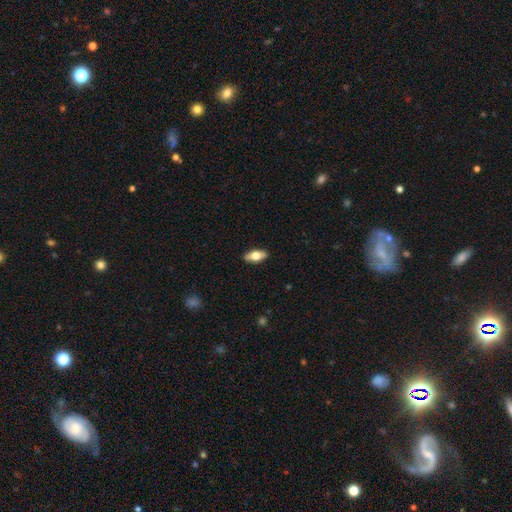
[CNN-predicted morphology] Smooth or featured?
  - smooth: 66% *
  - featured or disk: 27%
  - star or artifact: 6%
How rounded?
  - in between: 85% *
  - cigar-shaped: 11%
  - round: 4%
Merging?
  - none: 90% *
  - minor disturbance: 8%
  - major disturbance: 2%
  - merger: 1%